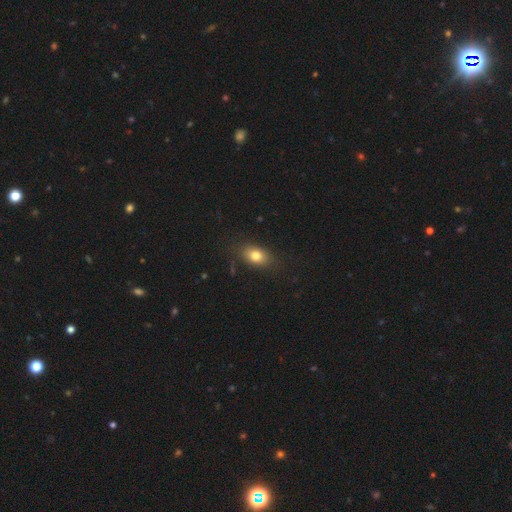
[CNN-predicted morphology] A smooth galaxy with no disk features (79%) that is in between round and cigar-shaped (76%). Merging: none (80%).